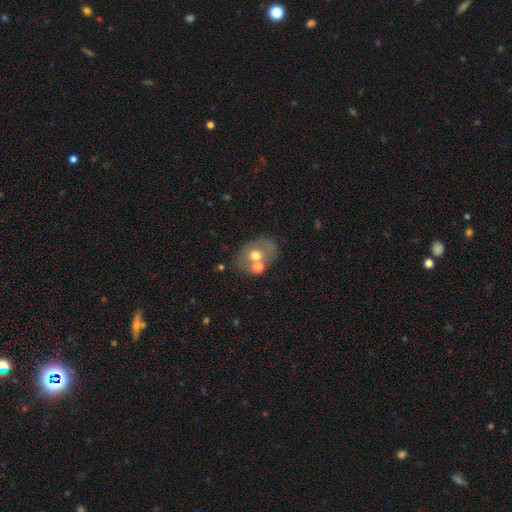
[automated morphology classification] Q: Smooth or featured?
A: smooth (57%); runner-up: featured or disk (32%)
Q: How rounded?
A: in between (60%); runner-up: round (39%)
Q: Merging?
A: none (53%); runner-up: merger (29%)